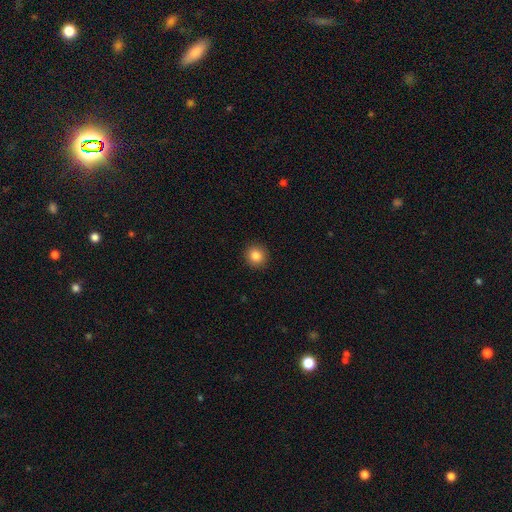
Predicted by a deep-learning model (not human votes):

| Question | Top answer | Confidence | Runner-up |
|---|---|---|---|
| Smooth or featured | smooth | 85% | star or artifact (10%) |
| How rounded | round | 92% | in between (7%) |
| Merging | none | 93% | minor disturbance (5%) |